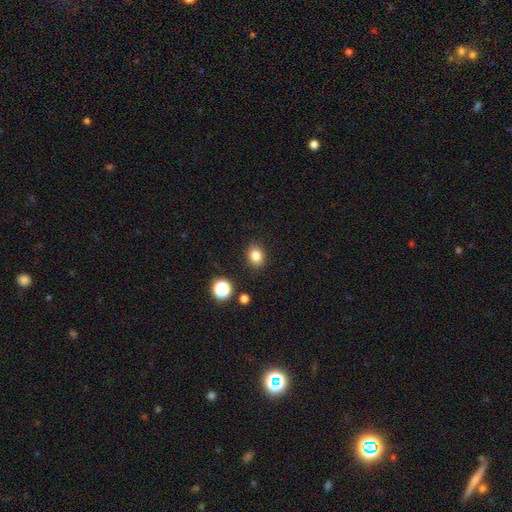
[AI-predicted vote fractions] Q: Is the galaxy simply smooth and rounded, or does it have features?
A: smooth — 82%.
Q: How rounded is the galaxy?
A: round — 54%.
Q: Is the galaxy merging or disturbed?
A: none — 88%.